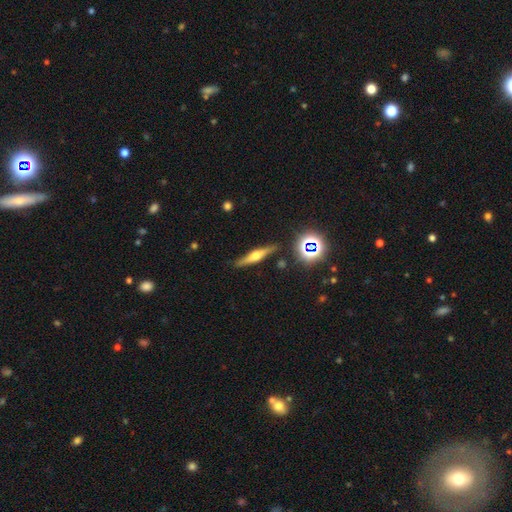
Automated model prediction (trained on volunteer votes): Smooth or featured? Predicted: featured or disk (p=0.64). Edge-on disk? Predicted: yes (p=0.96). Edge-on bulge? Predicted: rounded (p=0.92). Merging? Predicted: none (p=0.86).